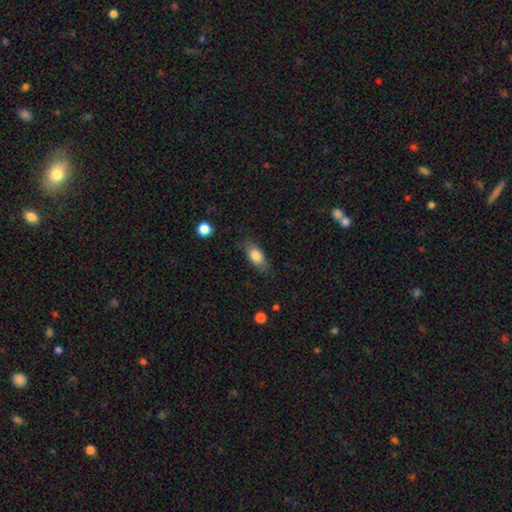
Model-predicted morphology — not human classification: This appears to be a smooth galaxy with no disk features (78%) that is in between round and cigar-shaped (80%). Merging: none (75%).